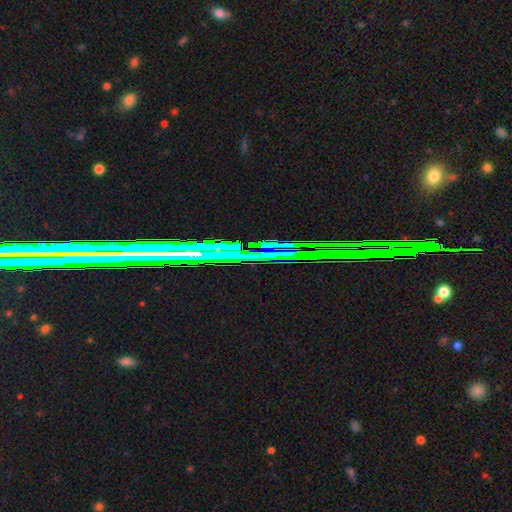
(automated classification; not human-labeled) star or artifact 66%, featured or disk 21%, smooth 13%.